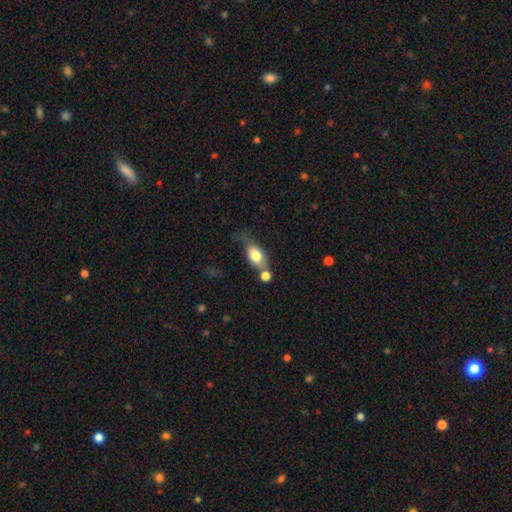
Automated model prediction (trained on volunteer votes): This is likely a smooth galaxy (74%). How rounded: clearly in between (82%). Merging: marginally none (36%).